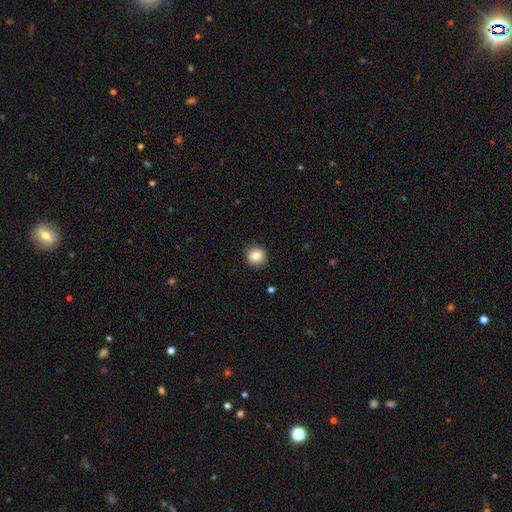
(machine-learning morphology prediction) Q: Smooth or featured?
A: smooth (83%); runner-up: star or artifact (10%)
Q: How rounded?
A: round (92%); runner-up: in between (7%)
Q: Merging?
A: none (91%); runner-up: minor disturbance (6%)